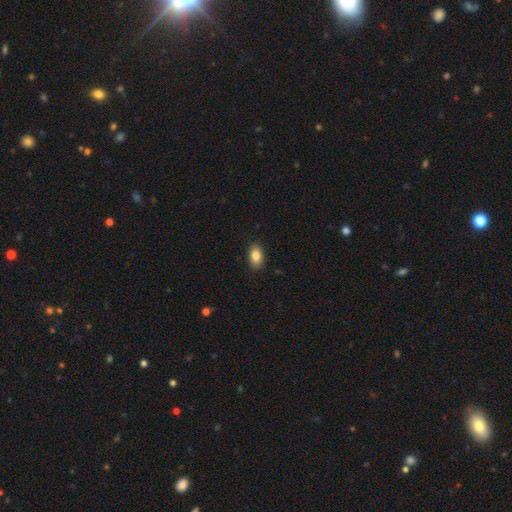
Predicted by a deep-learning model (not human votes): Smooth or featured?
  - smooth: 84% *
  - star or artifact: 8%
  - featured or disk: 7%
How rounded?
  - in between: 90% *
  - round: 8%
  - cigar-shaped: 2%
Merging?
  - none: 89% *
  - minor disturbance: 9%
  - major disturbance: 2%
  - merger: 1%